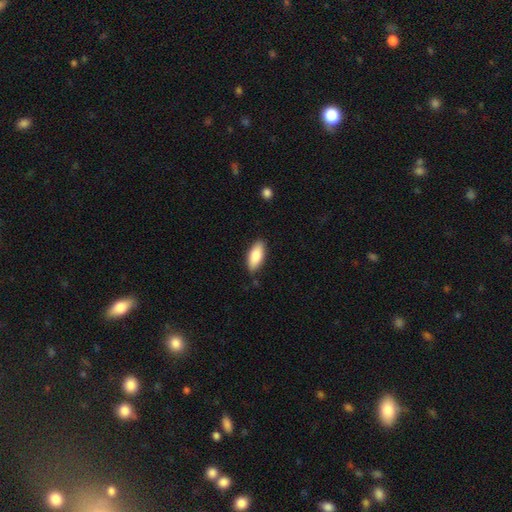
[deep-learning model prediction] Overall: smooth (84%). How rounded: in between (83%). Merging: none (86%).